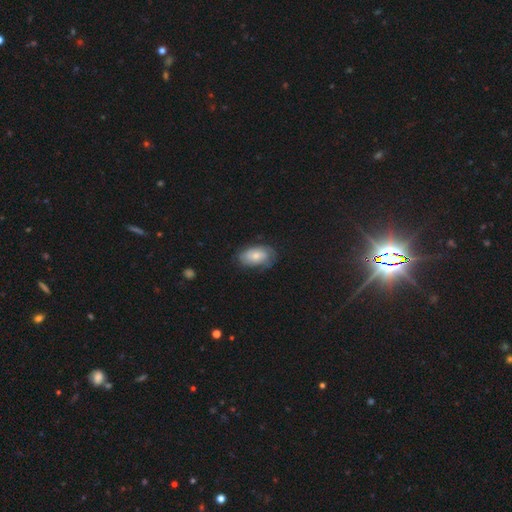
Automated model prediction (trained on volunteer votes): smooth_or_featured: smooth (p=0.61) [alt: featured or disk p=0.32]
how_rounded: in between (p=0.92) [alt: round p=0.06]
merging: none (p=0.70) [alt: minor disturbance p=0.23]